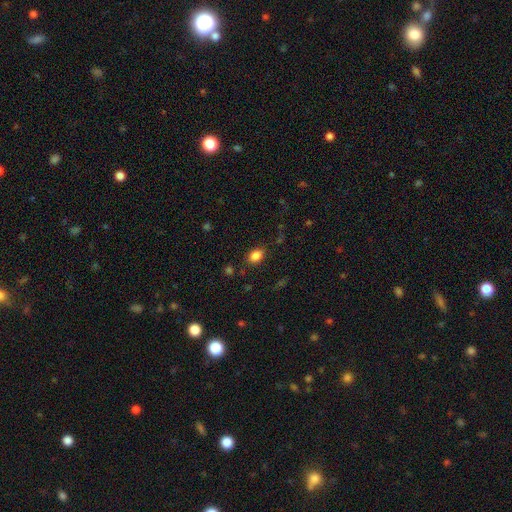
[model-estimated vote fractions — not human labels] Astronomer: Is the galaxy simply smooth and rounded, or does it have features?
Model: smooth — 85%.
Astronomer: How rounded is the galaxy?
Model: in between — 77%.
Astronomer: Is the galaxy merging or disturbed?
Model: none — 82%.